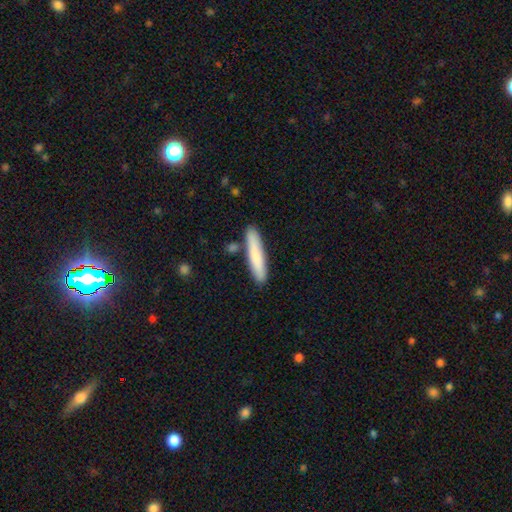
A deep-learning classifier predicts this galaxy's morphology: The model was most divided on "smooth or featured": smooth: 77%, featured or disk: 18%, star or artifact: 5%. More confident: how rounded — cigar-shaped (89%); merging — none (84%).